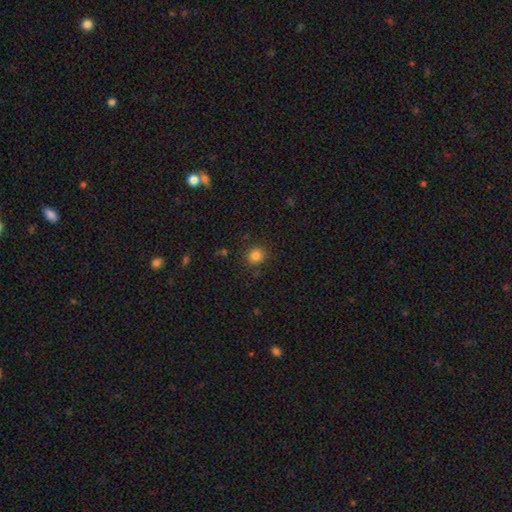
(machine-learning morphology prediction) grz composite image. It shows a smooth galaxy with no disk features (83%) that is round (90%). Merging: none (86%).